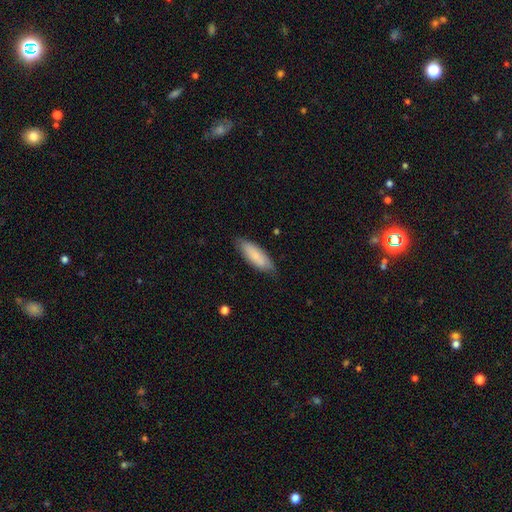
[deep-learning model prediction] Q: Smooth or featured?
A: smooth (81%); runner-up: featured or disk (14%)
Q: How rounded?
A: in between (60%); runner-up: cigar-shaped (39%)
Q: Merging?
A: none (80%); runner-up: minor disturbance (17%)